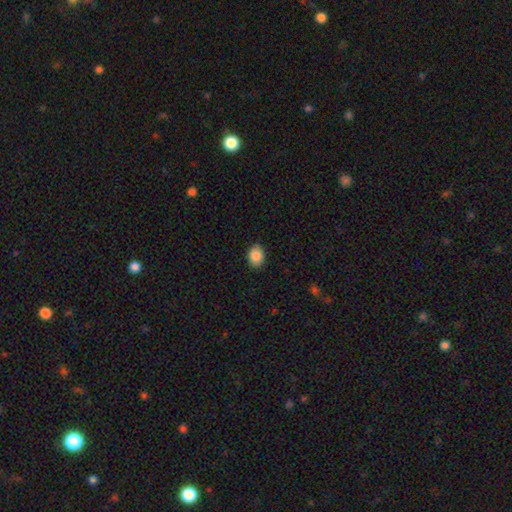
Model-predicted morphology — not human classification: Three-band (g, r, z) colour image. It shows a smooth galaxy with no disk features (88%) that is in between round and cigar-shaped (62%). Merging: none (88%).